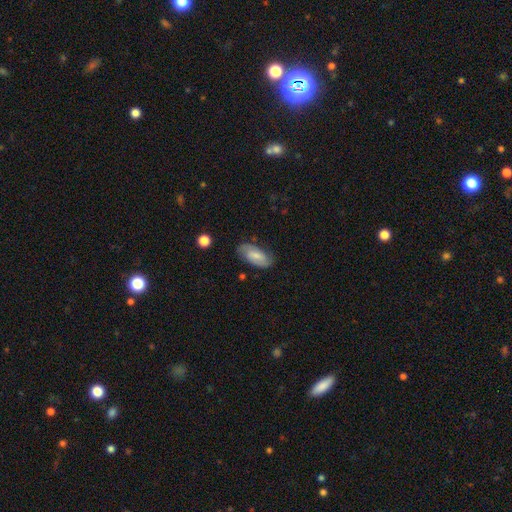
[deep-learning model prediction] Overall: smooth (57%; featured or disk 36%). How rounded: in between (90%). Merging: none (76%).